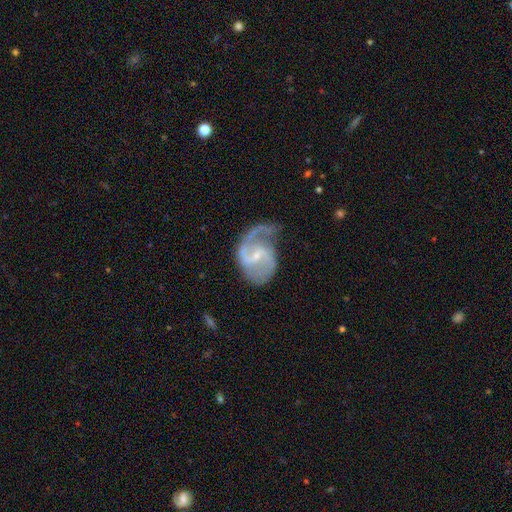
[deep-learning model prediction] A featured or disk galaxy (88%) with a weak bar (58%), 2 (78%) medium (52%) spiral arms (96%) and a small central bulge (69%).

Vote fractions:
- Smooth or featured? featured or disk: 88% / smooth: 7% / star or artifact: 5%
- Edge-on disk? no: 98% / yes: 2%
- Bar? weak: 58% / no: 23% / strong: 19%
- Spiral arms? yes: 96% / no: 4%
- Spiral winding? medium: 52% / loose: 33% / tight: 15%
- Spiral arm count? 2: 78% / 1: 13% / can't tell: 5% / 3: 2% / 4: 1% / more than 4: 1%
- Bulge size? small: 69% / moderate: 24% / none: 5% / large: 1% / dominant: 1%
- Merging? none: 49% / minor disturbance: 26% / major disturbance: 22% / merger: 3%